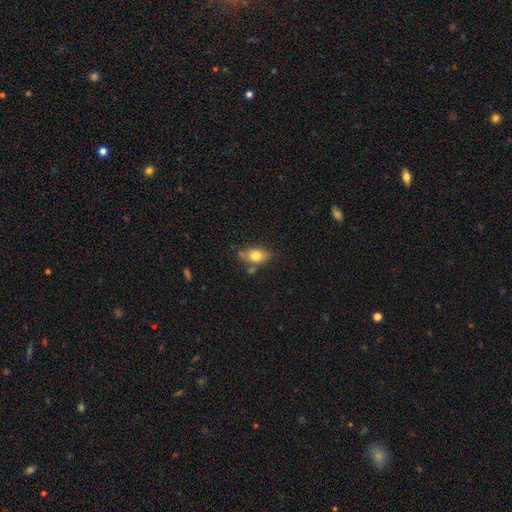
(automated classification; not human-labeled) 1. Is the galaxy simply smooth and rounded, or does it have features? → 76% smooth, 16% featured or disk, 8% star or artifact.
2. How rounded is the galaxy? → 83% in between, 14% round, 3% cigar-shaped.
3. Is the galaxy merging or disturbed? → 62% none, 22% minor disturbance, 10% merger, 5% major disturbance.